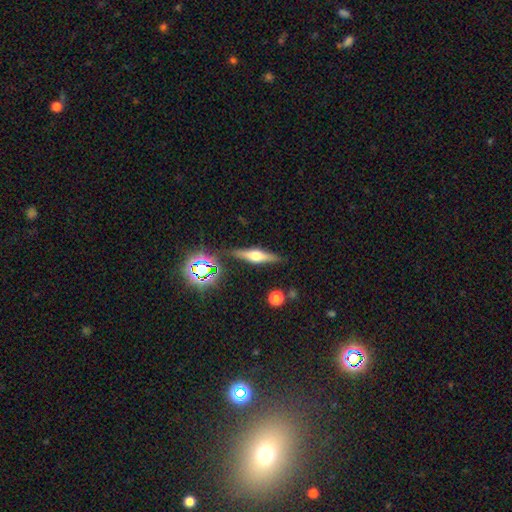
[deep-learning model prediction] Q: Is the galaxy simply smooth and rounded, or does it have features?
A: featured or disk — 59%.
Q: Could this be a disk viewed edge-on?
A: yes — 95%.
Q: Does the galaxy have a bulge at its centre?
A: rounded — 91%.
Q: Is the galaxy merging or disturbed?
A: none — 86%.